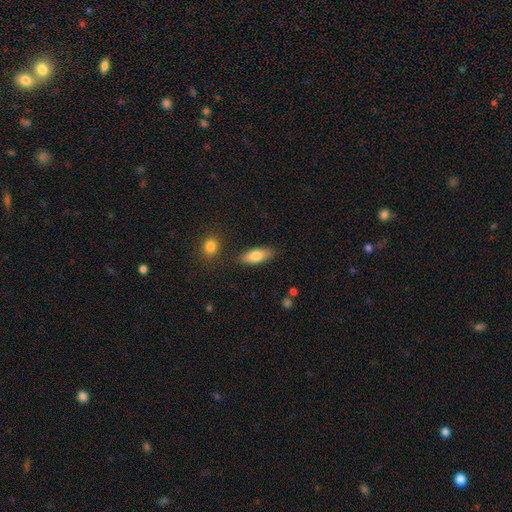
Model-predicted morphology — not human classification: Smooth or featured? smooth (78%)
How rounded? in between (74%)
Merging? none (81%)